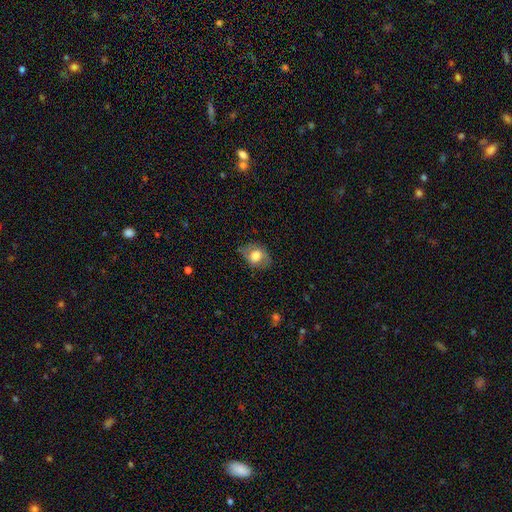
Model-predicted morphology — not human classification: smooth-or-featured: smooth: 69% | featured or disk: 23% | star or artifact: 8%
  how-rounded: in between: 61% | round: 38% | cigar-shaped: 1%
  merging: none: 69% | minor disturbance: 23% | major disturbance: 7% | merger: 1%